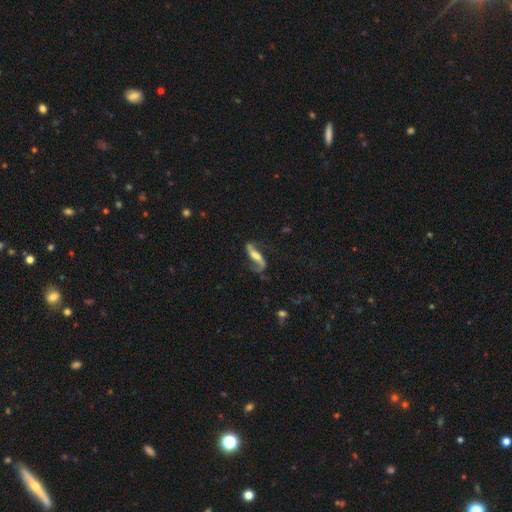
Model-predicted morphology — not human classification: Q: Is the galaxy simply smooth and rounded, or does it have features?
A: featured or disk — 74%.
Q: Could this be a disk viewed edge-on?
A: no — 79%.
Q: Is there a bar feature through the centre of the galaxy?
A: strong — 42%.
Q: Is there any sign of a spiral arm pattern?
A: yes — 90%.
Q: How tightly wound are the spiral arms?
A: loose — 75%.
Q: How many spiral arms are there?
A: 2 — 85%.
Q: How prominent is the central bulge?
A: moderate — 41%.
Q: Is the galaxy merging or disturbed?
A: none — 54%.